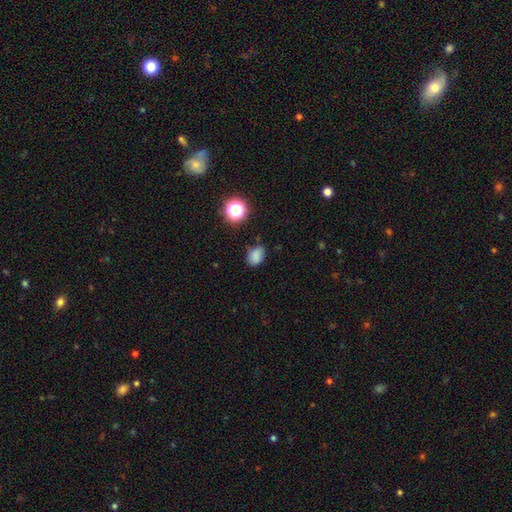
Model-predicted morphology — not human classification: smooth-or-featured: smooth: 80% | star or artifact: 14% | featured or disk: 6%
  how-rounded: in between: 67% | round: 32% | cigar-shaped: 1%
  merging: none: 69% | minor disturbance: 23% | major disturbance: 5% | merger: 3%